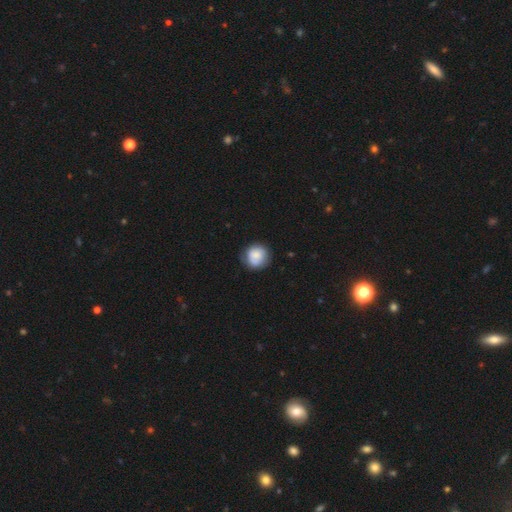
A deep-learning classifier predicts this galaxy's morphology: A smooth galaxy with no disk features (79%) that is round (90%).

Vote fractions:
- Smooth or featured? smooth: 79% / featured or disk: 14% / star or artifact: 7%
- How rounded? round: 90% / in between: 9% / cigar-shaped: 1%
- Merging? none: 74% / minor disturbance: 20% / major disturbance: 5% / merger: 2%